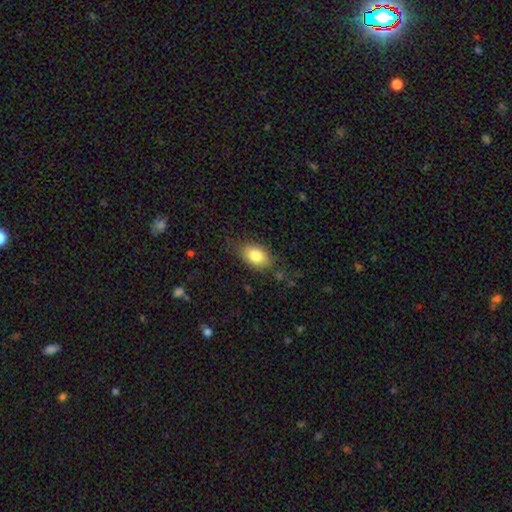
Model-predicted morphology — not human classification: smooth-or-featured: smooth: 83% | featured or disk: 10% | star or artifact: 7%
  how-rounded: in between: 85% | round: 14% | cigar-shaped: 2%
  merging: none: 73% | minor disturbance: 19% | major disturbance: 6% | merger: 2%